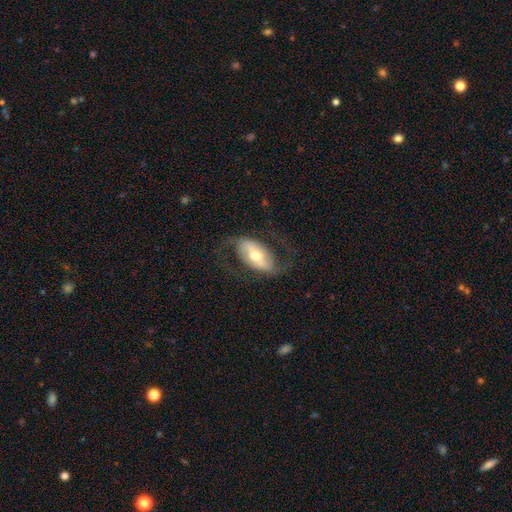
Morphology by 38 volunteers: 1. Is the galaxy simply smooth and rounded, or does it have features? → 87% featured or disk, 8% star or artifact, 5% smooth.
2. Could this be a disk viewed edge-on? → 100% no, 0% yes.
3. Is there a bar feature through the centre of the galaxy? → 45% strong, 42% weak, 12% no.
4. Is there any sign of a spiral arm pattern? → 100% yes, 0% no.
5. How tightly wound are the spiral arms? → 52% medium, 33% loose, 15% tight.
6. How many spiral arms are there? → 100% 2, 0% 1, 0% 3, 0% 4, 0% more than 4, 0% can't tell.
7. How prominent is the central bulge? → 64% moderate, 27% small, 9% large, 0% dominant, 0% none.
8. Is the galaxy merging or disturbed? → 74% none, 17% minor disturbance, 9% major disturbance, 0% merger.